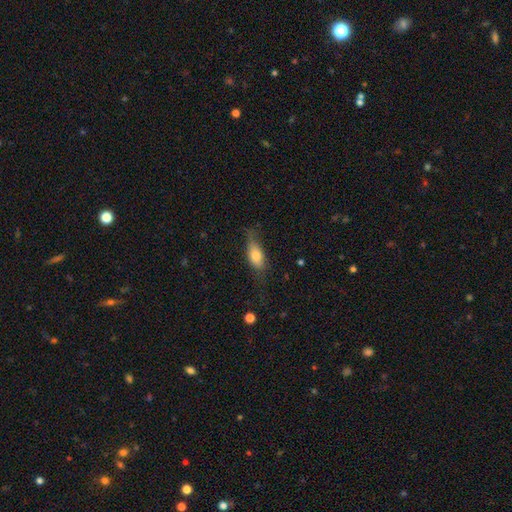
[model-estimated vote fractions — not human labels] Overall: smooth (74%). How rounded: in between (78%). Merging: none (52%; minor disturbance 31%).